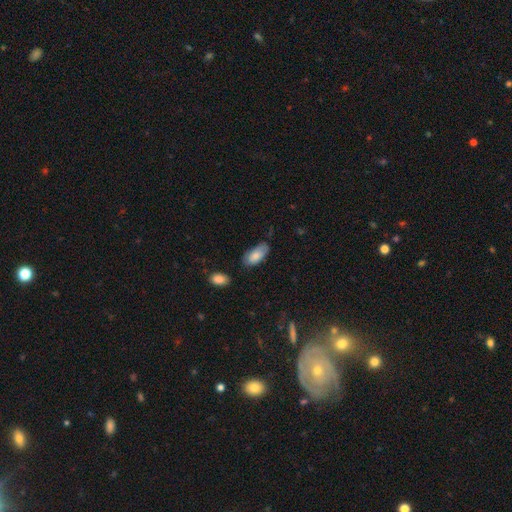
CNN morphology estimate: The model was most divided on "merging": none: 62%, minor disturbance: 29%, major disturbance: 6%, merger: 3%. More confident: how rounded — in between (91%); smooth or featured — smooth (80%).